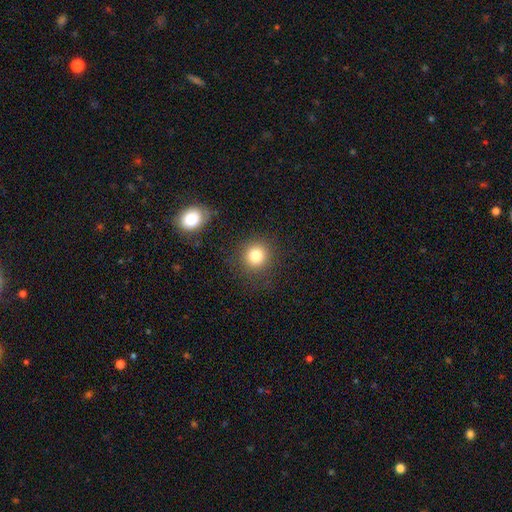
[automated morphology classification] The model was most divided on "smooth or featured": smooth: 81%, star or artifact: 12%, featured or disk: 7%. More confident: how rounded — round (91%); merging — none (85%).